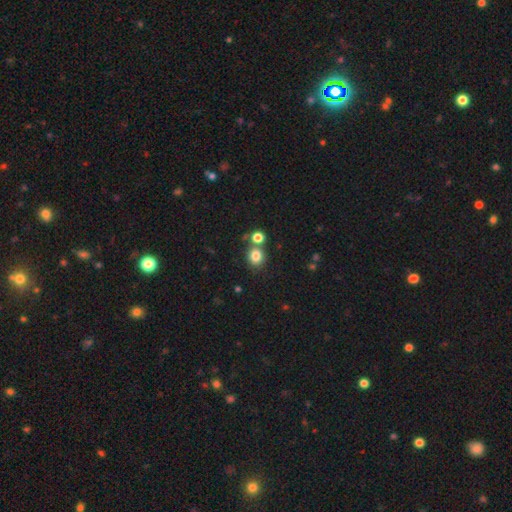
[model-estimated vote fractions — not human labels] This is clearly a smooth galaxy (81%). How rounded: likely round (80%). Merging: likely none (67%).